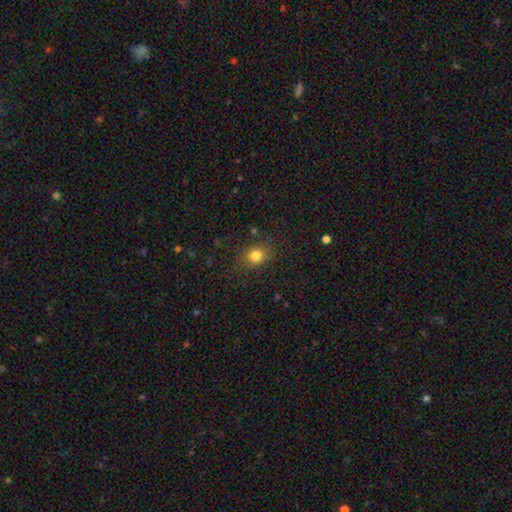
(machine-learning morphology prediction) Q: Smooth or featured?
A: smooth (81%); runner-up: star or artifact (13%)
Q: How rounded?
A: round (65%); runner-up: in between (34%)
Q: Merging?
A: none (84%); runner-up: minor disturbance (11%)